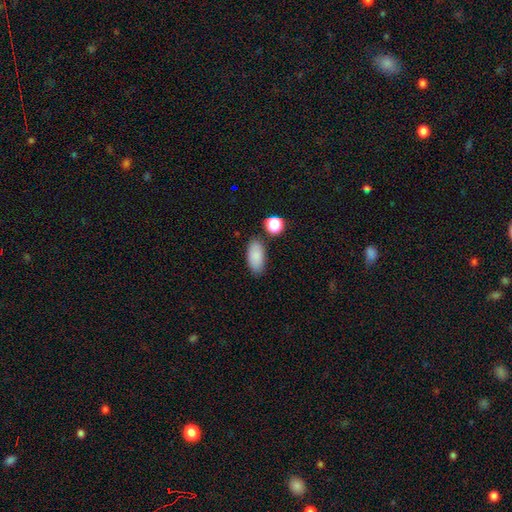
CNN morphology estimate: Smooth or featured? Predicted: smooth (p=0.86). How rounded? Predicted: in between (p=0.91). Merging? Predicted: none (p=0.80).